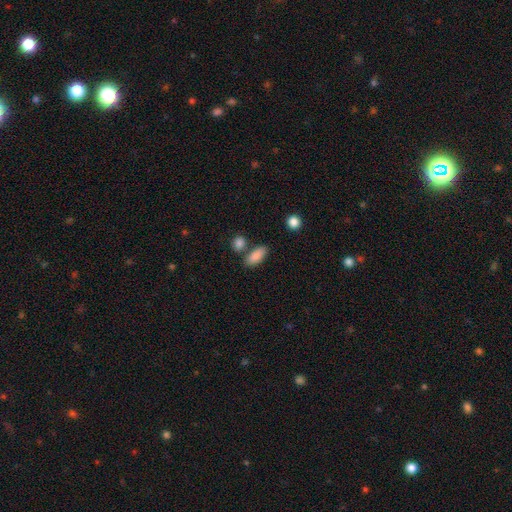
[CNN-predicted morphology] smooth 87%, star or artifact 7%, featured or disk 6%. Down the decision tree: how rounded — in between (82%); merging — none (68%).